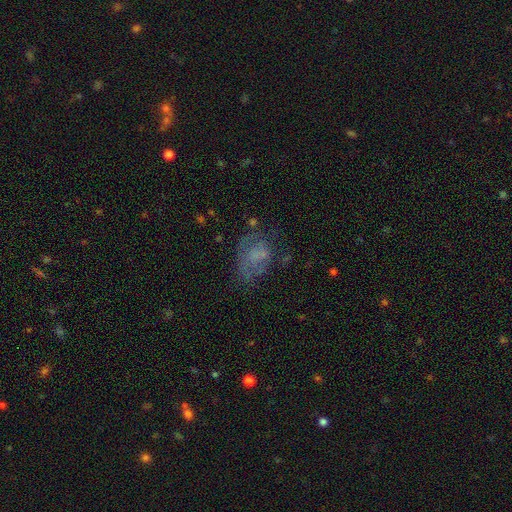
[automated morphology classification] smooth_or_featured: featured or disk (p=0.42) [tied with: smooth p=0.42]
merging: none (p=0.42) [alt: major disturbance p=0.30]